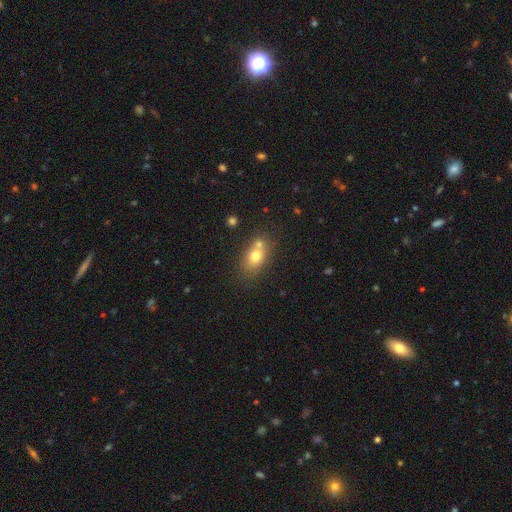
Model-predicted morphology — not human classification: A smooth galaxy with no disk features (72%) that is in between round and cigar-shaped (67%).

Vote fractions:
- Smooth or featured? smooth: 72% / featured or disk: 17% / star or artifact: 11%
- How rounded? in between: 67% / round: 30% / cigar-shaped: 3%
- Merging? none: 48% / merger: 37% / minor disturbance: 12% / major disturbance: 4%